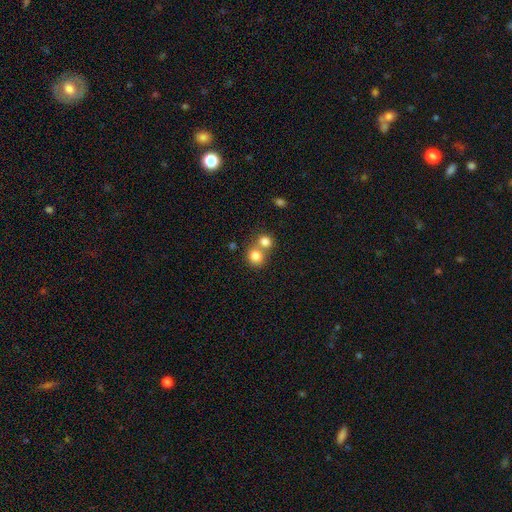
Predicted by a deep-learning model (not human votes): Morphology: type=smooth (81%); roundness=round (81%); merging=merger (49%).